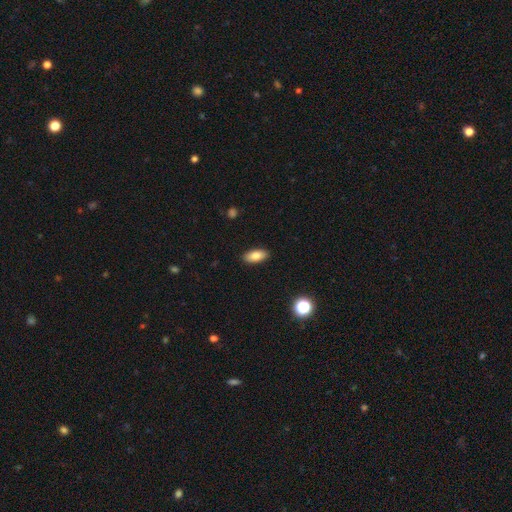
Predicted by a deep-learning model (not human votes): Morphology: type=smooth (83%); roundness=in between (88%); merging=none (90%).